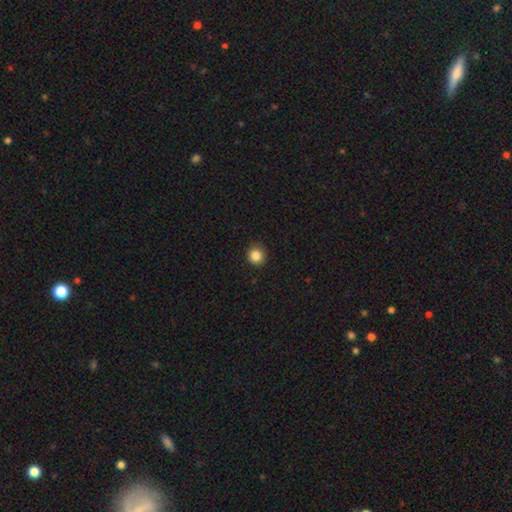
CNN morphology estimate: The model was most divided on "smooth or featured": smooth: 85%, star or artifact: 11%, featured or disk: 4%. More confident: how rounded — round (93%); merging — none (90%).